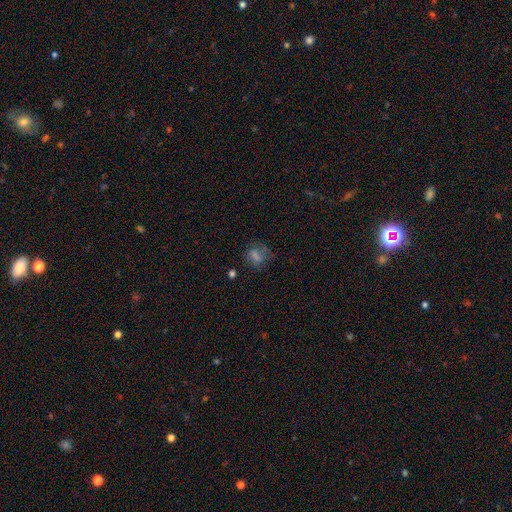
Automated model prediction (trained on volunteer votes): The model was most divided on "how rounded": round: 59%, in between: 38%, cigar-shaped: 2%. More confident: merging — none (66%); smooth or featured — smooth (53%).